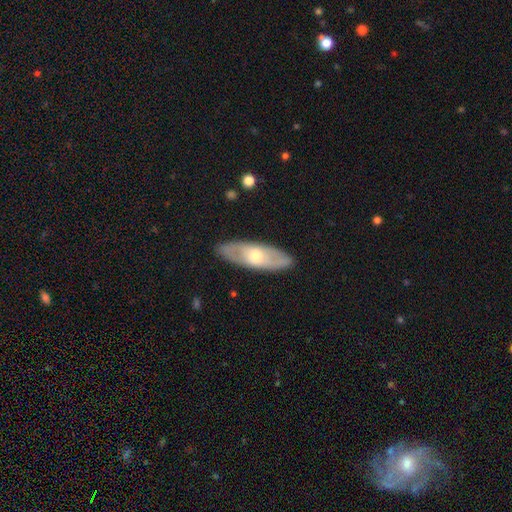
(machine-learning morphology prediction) This is possibly a featured or disk galaxy (52%). It is likely not viewed edge-on (68%). Merging: clearly none (87%).